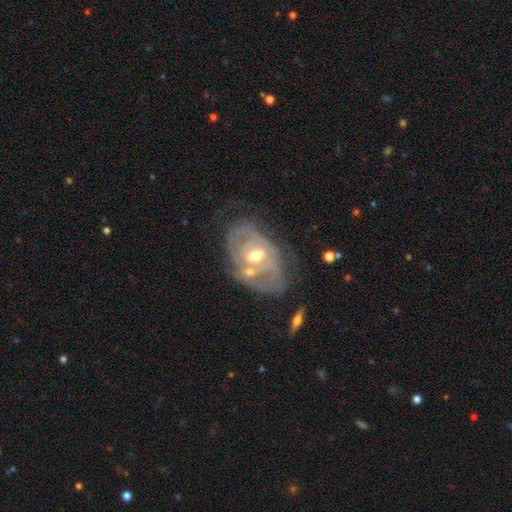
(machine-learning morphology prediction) The model was most divided on "spiral arm count": can't tell: 39%, 2: 37%, 3: 12%, 1: 6%, 4: 4%, more than 4: 3%. Remaining: edge-on disk — no (95%); smooth or featured — featured or disk (81%); spiral arms — yes (81%); bulge size — moderate (68%); spiral winding — tight (60%); bar — weak (44%); merging — none (44%).